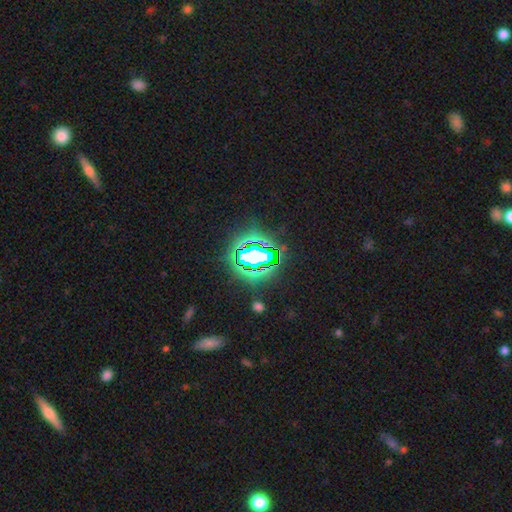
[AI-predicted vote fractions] Overall: star or artifact (70%).